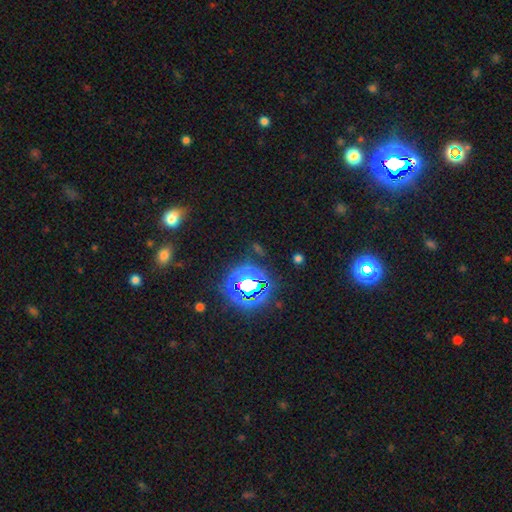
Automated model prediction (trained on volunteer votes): Smooth or featured?
  - star or artifact: 78% *
  - smooth: 15%
  - featured or disk: 7%